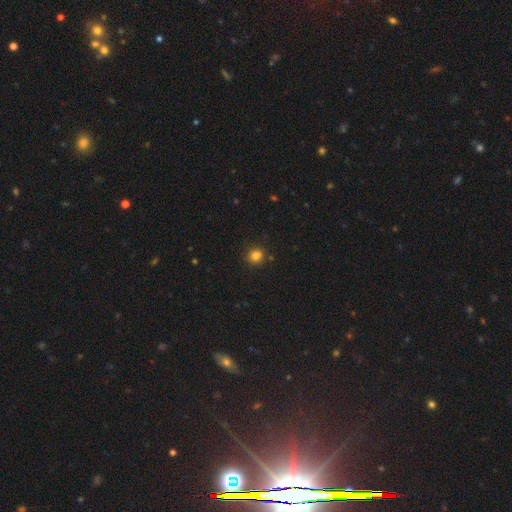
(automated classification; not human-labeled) This appears to be a smooth galaxy with no disk features (82%) that is round (81%). Merging: none (85%).